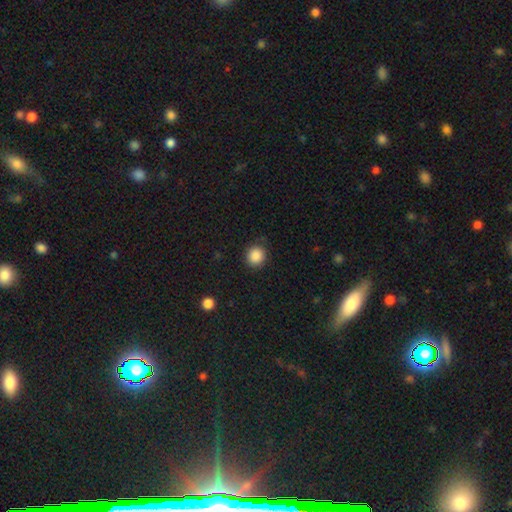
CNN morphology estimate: The model was most divided on "merging": none: 86%, minor disturbance: 9%, major disturbance: 3%, merger: 1%. More confident: how rounded — round (89%); smooth or featured — smooth (87%).